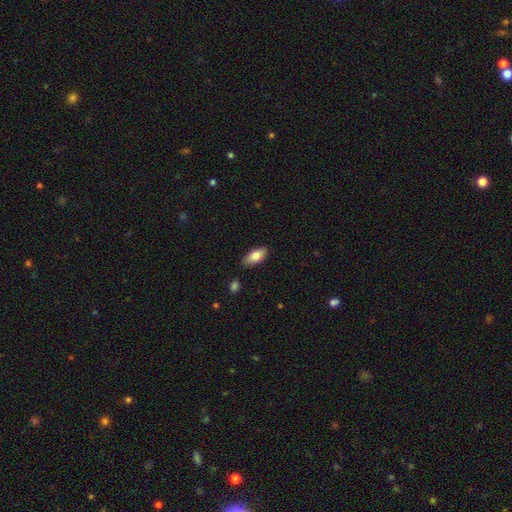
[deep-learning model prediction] Overall: smooth (79%). How rounded: in between (86%). Merging: none (84%).